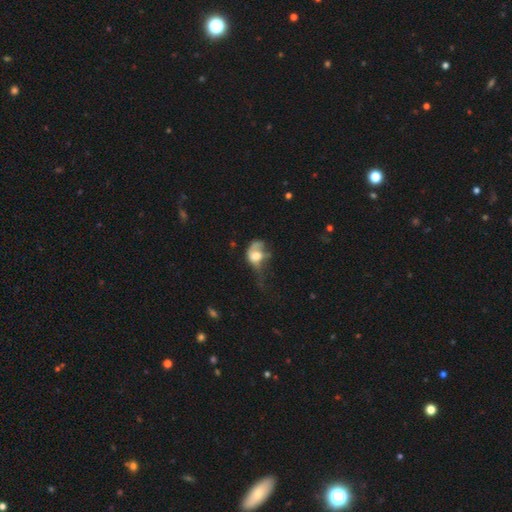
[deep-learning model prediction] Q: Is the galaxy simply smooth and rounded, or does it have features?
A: smooth — 53%.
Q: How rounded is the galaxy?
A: in between — 65%.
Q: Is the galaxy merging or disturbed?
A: major disturbance — 56%.